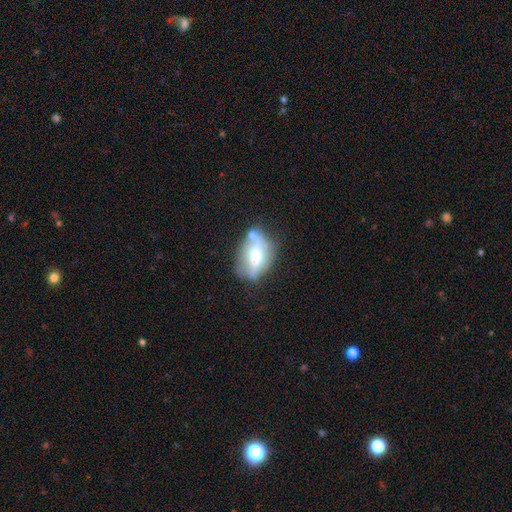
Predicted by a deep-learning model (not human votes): A featured or disk galaxy (54%). Merging: none (45%).